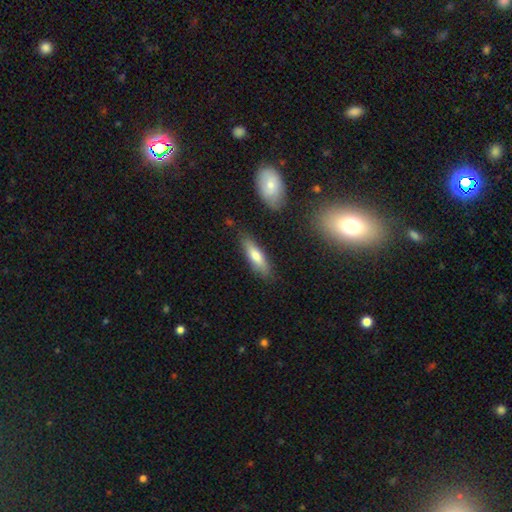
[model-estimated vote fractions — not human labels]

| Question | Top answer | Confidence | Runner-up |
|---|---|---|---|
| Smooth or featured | smooth | 72% | featured or disk (22%) |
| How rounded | cigar-shaped | 58% | in between (40%) |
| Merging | none | 82% | minor disturbance (12%) |